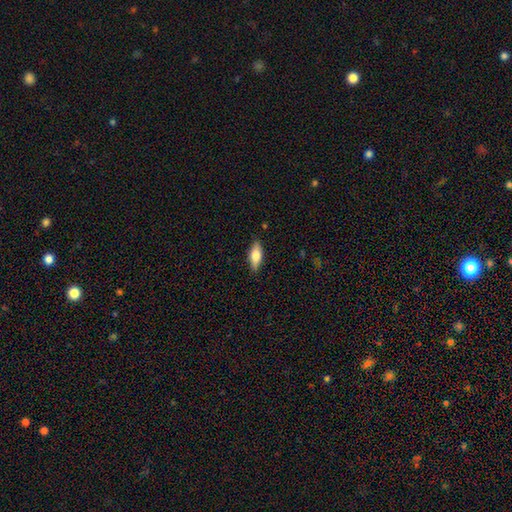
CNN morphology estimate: A smooth galaxy with no disk features (68%) that is in between round and cigar-shaped (71%). Merging: none (86%).